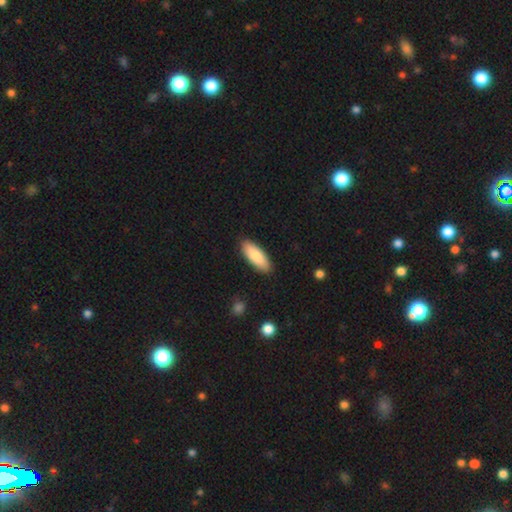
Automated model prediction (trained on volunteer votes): Overall: smooth (86%). How rounded: in between (70%). Merging: none (89%).